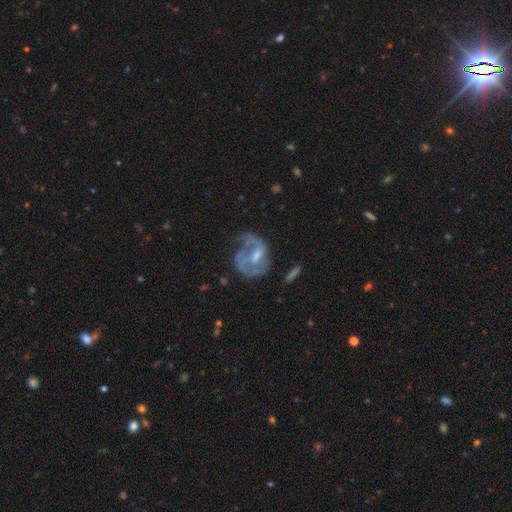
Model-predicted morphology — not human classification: smooth-or-featured: featured or disk: 76% | smooth: 15% | star or artifact: 8%
  disk-edge-on: no: 97% | yes: 3%
    bar: weak: 46% | no: 40% | strong: 14%
    has-spiral-arms: yes: 81% | no: 19%
      spiral-winding: medium: 45% | tight: 28% | loose: 27%
      spiral-arm-count: 2: 50% | can't tell: 22% | 1: 13% | 3: 10% | 4: 3% | more than 4: 2%
    bulge-size: moderate: 48% | small: 36% | none: 11% | large: 4% | dominant: 1%
  merging: none: 46% | major disturbance: 28% | minor disturbance: 22% | merger: 4%